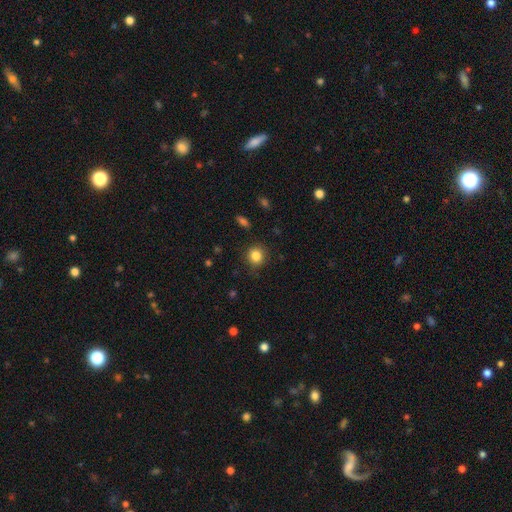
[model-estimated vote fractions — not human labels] Morphology: type=smooth (84%); roundness=round (87%); merging=none (86%).